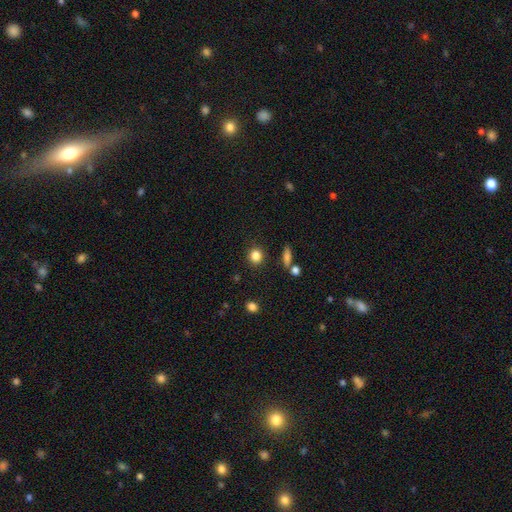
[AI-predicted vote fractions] This appears to be a smooth galaxy with no disk features (83%) that is round (86%). Merging: none (87%).